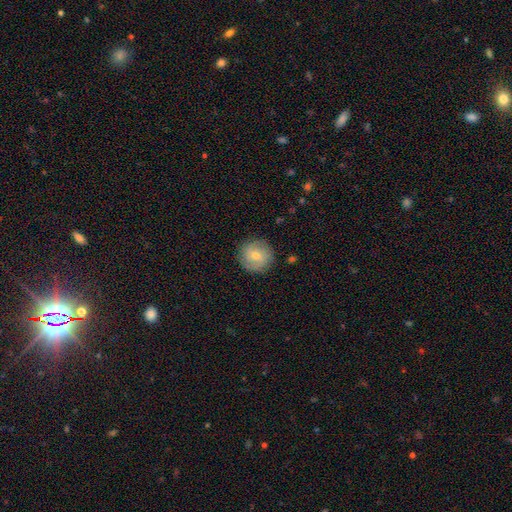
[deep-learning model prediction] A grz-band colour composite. It shows a smooth galaxy with no disk features (62%) that is round (94%). Merging: none (86%).